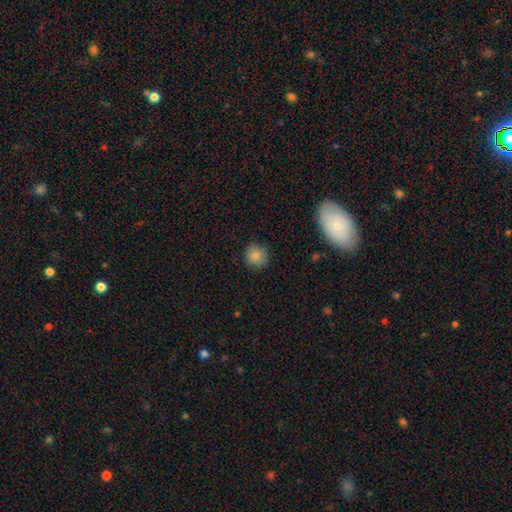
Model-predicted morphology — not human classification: type=smooth (83%); roundness=round (91%); merging=none (87%).